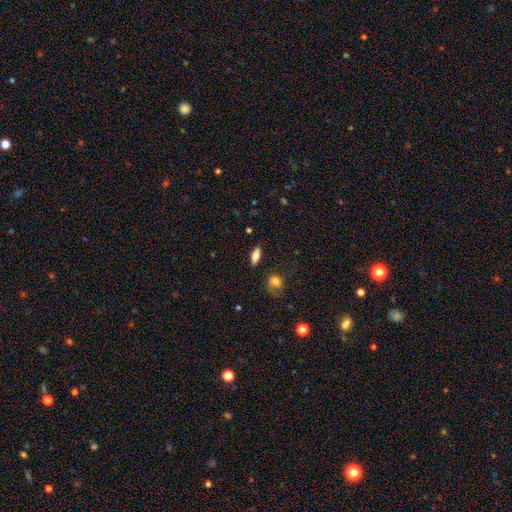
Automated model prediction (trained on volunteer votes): Q: Smooth or featured?
A: smooth (71%); runner-up: featured or disk (21%)
Q: How rounded?
A: in between (70%); runner-up: cigar-shaped (26%)
Q: Merging?
A: none (84%); runner-up: minor disturbance (11%)